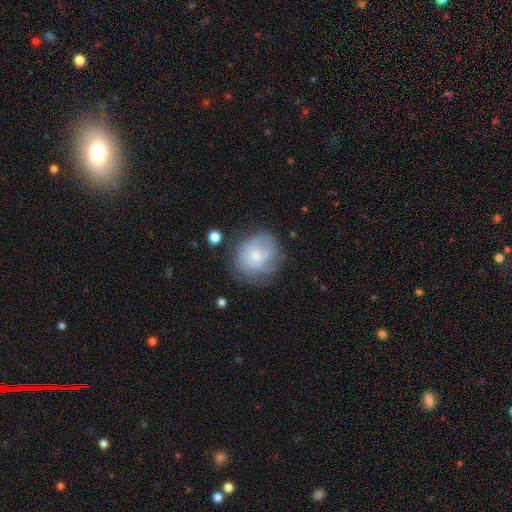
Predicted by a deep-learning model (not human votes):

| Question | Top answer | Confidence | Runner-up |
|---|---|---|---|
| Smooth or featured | featured or disk | 53% | smooth (38%) |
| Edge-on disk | no | 98% | yes (2%) |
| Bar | no | 64% | weak (32%) |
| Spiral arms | yes | 76% | no (24%) |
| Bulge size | small | 61% | moderate (31%) |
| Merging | none | 59% | minor disturbance (24%) |